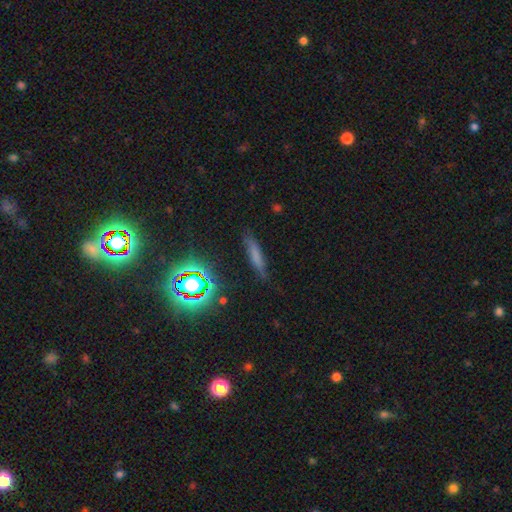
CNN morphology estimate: smooth_or_featured: smooth (p=0.61) [alt: featured or disk p=0.21]
how_rounded: cigar-shaped (p=0.82) [alt: in between p=0.14]
merging: none (p=0.77) [alt: minor disturbance p=0.16]